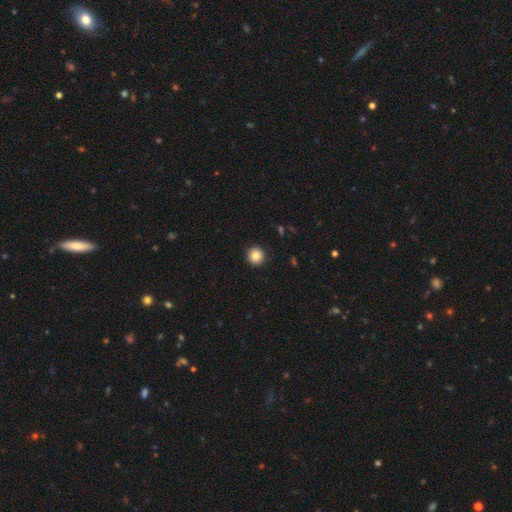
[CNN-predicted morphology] smooth 85%, star or artifact 10%, featured or disk 5%. Down the decision tree: how rounded — round (94%); merging — none (92%).